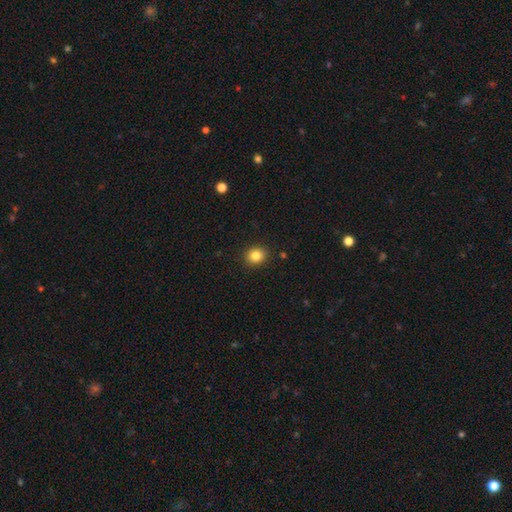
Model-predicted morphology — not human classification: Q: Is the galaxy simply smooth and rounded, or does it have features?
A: smooth — 84%.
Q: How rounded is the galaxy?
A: round — 69%.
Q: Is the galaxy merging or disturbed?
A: none — 90%.